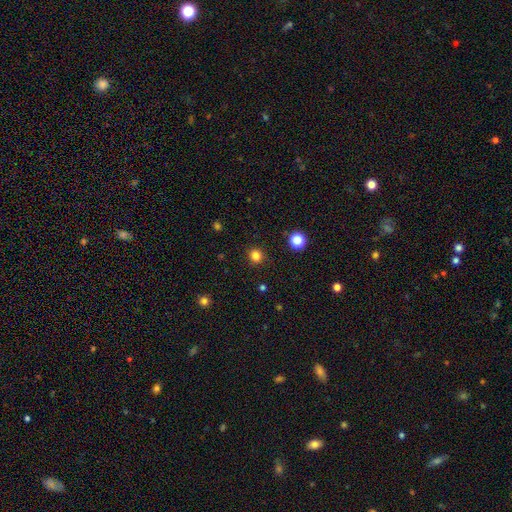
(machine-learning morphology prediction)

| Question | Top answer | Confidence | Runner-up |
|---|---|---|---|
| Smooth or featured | smooth | 82% | star or artifact (14%) |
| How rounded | round | 88% | in between (11%) |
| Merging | none | 90% | minor disturbance (6%) |